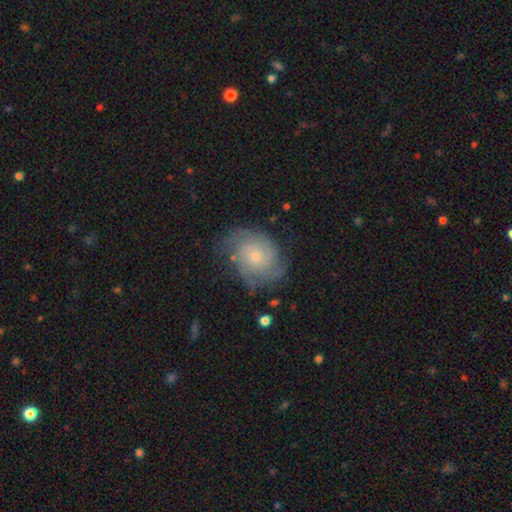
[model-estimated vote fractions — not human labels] Q: Smooth or featured?
A: featured or disk (74%); runner-up: smooth (20%)
Q: Edge-on disk?
A: no (97%); runner-up: yes (3%)
Q: Bar?
A: no (78%); runner-up: weak (20%)
Q: Spiral arms?
A: yes (92%); runner-up: no (8%)
Q: Spiral winding?
A: tight (57%); runner-up: medium (32%)
Q: Spiral arm count?
A: can't tell (35%); runner-up: 2 (25%)
Q: Bulge size?
A: small (63%); runner-up: moderate (31%)
Q: Merging?
A: none (67%); runner-up: minor disturbance (22%)